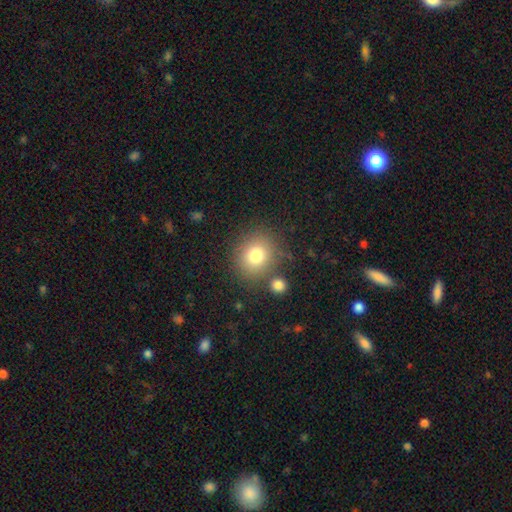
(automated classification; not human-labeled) This is likely a smooth galaxy (78%). How rounded: clearly round (81%). Merging: likely none (77%).